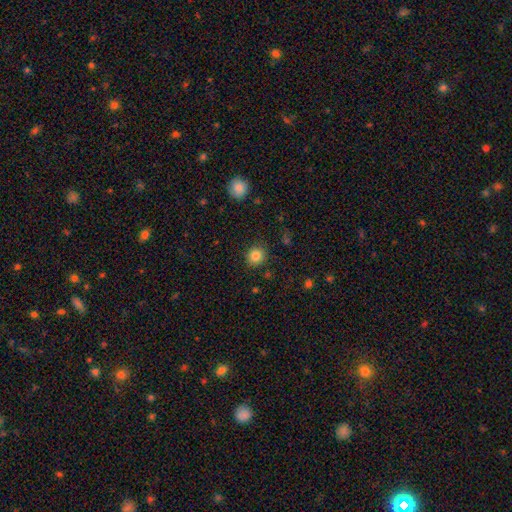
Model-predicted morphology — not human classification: smooth_or_featured: smooth (p=0.84) [alt: star or artifact p=0.11]
how_rounded: round (p=0.88) [alt: in between p=0.12]
merging: none (p=0.88) [alt: minor disturbance p=0.08]